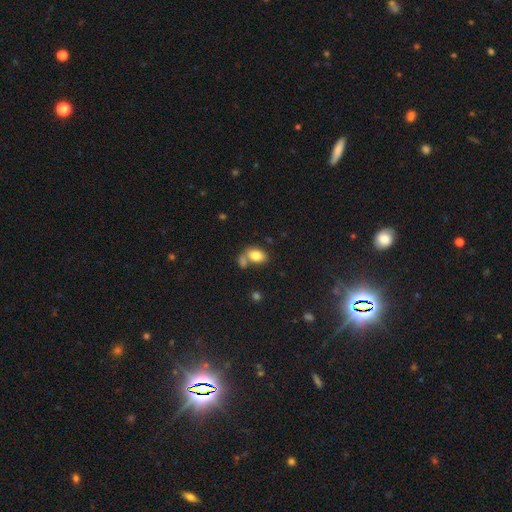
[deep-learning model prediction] The model was most divided on "merging": none: 47%, merger: 35%, minor disturbance: 13%, major disturbance: 5%. More confident: how rounded — in between (86%); smooth or featured — smooth (81%).